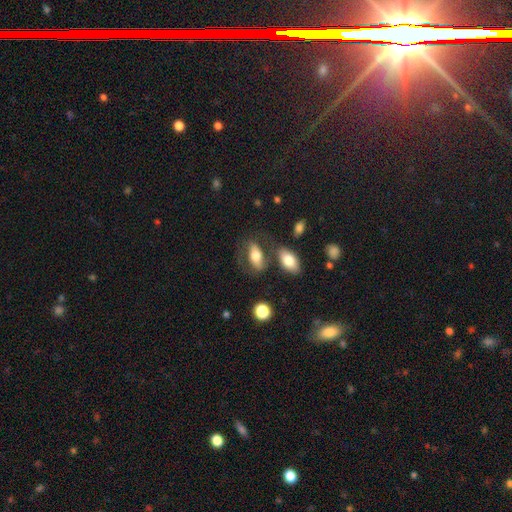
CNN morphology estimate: Smooth or featured? smooth (60%)
How rounded? in between (84%)
Merging? none (59%)